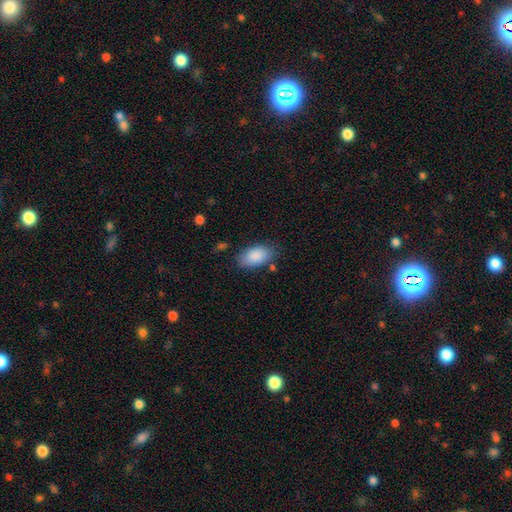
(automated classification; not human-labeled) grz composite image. It shows a smooth galaxy with no disk features (88%) that is in between round and cigar-shaped (94%). Merging: none (77%).